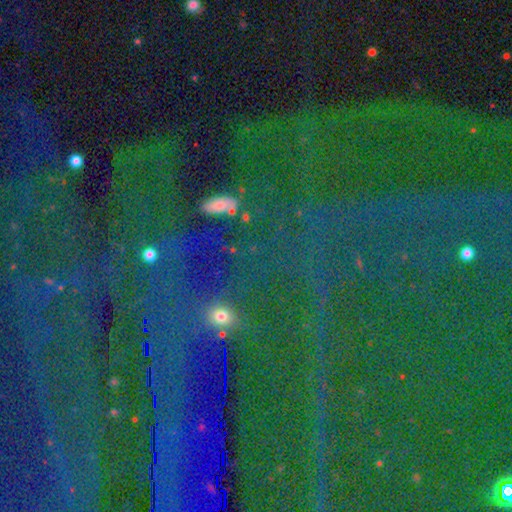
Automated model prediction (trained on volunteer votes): Overall: star or artifact (79%).